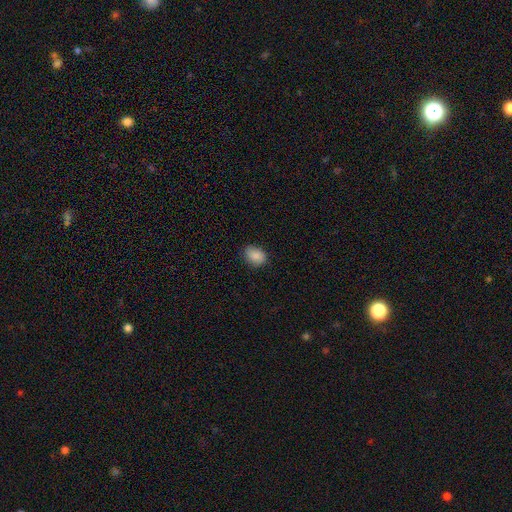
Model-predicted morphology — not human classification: A smooth galaxy with no disk features (87%) that is in between round and cigar-shaped (70%).

Vote fractions:
- Smooth or featured? smooth: 87% / star or artifact: 8% / featured or disk: 5%
- How rounded? in between: 70% / round: 29% / cigar-shaped: 1%
- Merging? none: 77% / minor disturbance: 19% / major disturbance: 3% / merger: 1%